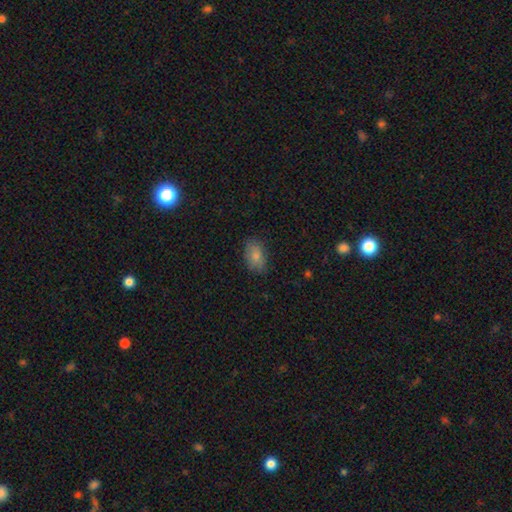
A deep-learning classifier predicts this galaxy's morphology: smooth-or-featured: smooth: 82% | featured or disk: 10% | star or artifact: 8%
  how-rounded: in between: 90% | round: 8% | cigar-shaped: 2%
  merging: none: 80% | minor disturbance: 15% | major disturbance: 3% | merger: 1%